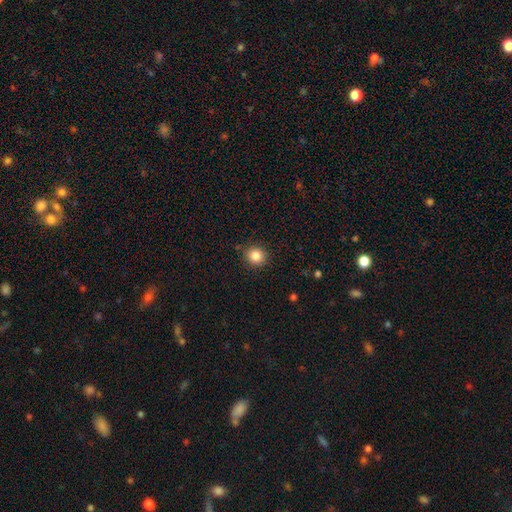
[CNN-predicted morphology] A smooth galaxy with no disk features (84%) that is round (88%).

Vote fractions:
- Smooth or featured? smooth: 84% / star or artifact: 11% / featured or disk: 5%
- How rounded? round: 88% / in between: 11% / cigar-shaped: 1%
- Merging? none: 89% / minor disturbance: 8% / major disturbance: 2% / merger: 1%